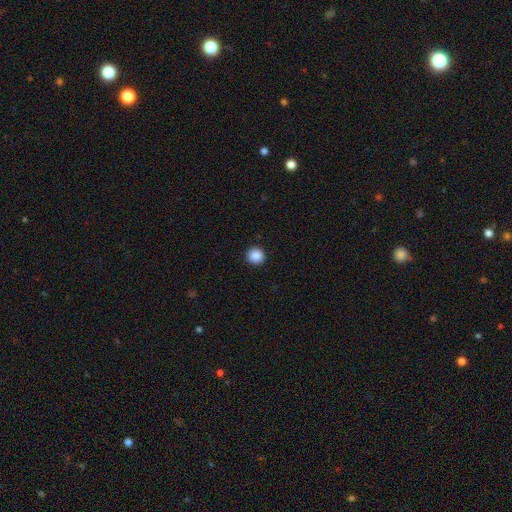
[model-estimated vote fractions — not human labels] Overall: smooth (88%). How rounded: round (95%). Merging: none (93%).